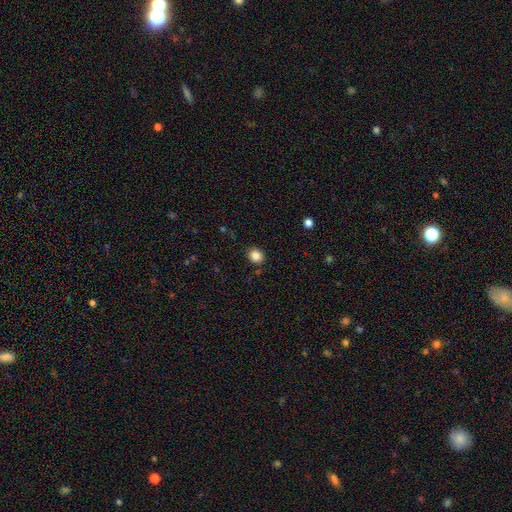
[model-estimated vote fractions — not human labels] smooth_or_featured: smooth (p=0.85) [alt: star or artifact p=0.11]
how_rounded: round (p=0.70) [alt: in between p=0.29]
merging: none (p=0.87) [alt: minor disturbance p=0.09]